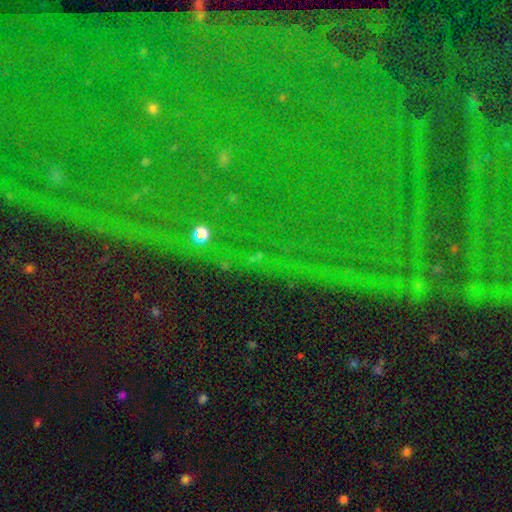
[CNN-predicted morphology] star or artifact 85%, featured or disk 8%, smooth 7%.